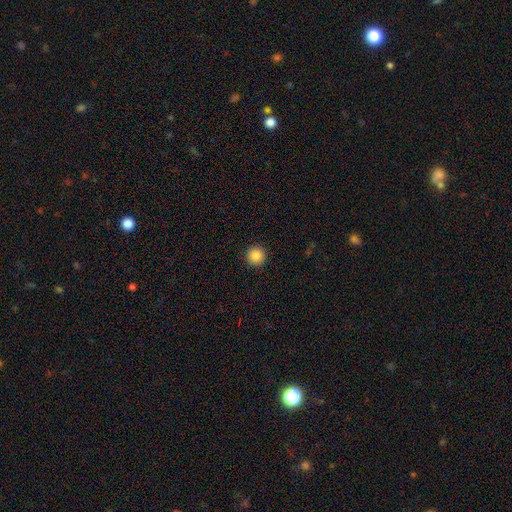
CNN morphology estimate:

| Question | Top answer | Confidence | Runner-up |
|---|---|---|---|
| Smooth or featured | smooth | 87% | star or artifact (10%) |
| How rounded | round | 96% | in between (3%) |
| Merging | none | 93% | minor disturbance (5%) |